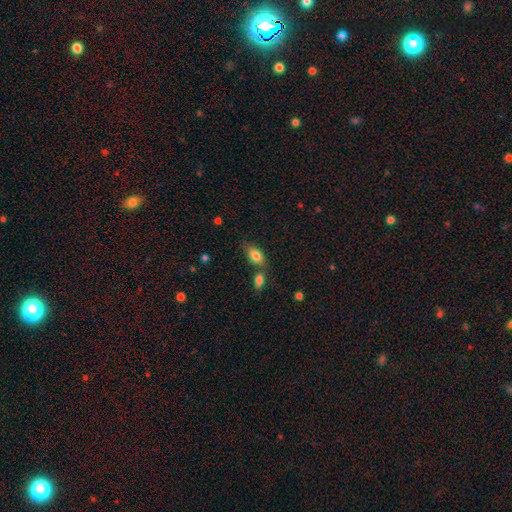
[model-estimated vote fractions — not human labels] Smooth or featured: smooth — 83% (featured or disk — 9%)
How rounded: in between — 89% (round — 7%)
Merging: none — 59% (merger — 23%)